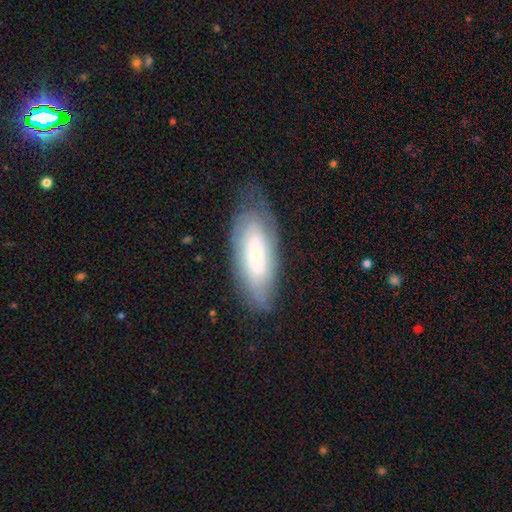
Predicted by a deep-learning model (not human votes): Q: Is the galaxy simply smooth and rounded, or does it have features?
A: smooth — 46%, tied with featured or disk.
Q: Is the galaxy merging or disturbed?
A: none — 65%.